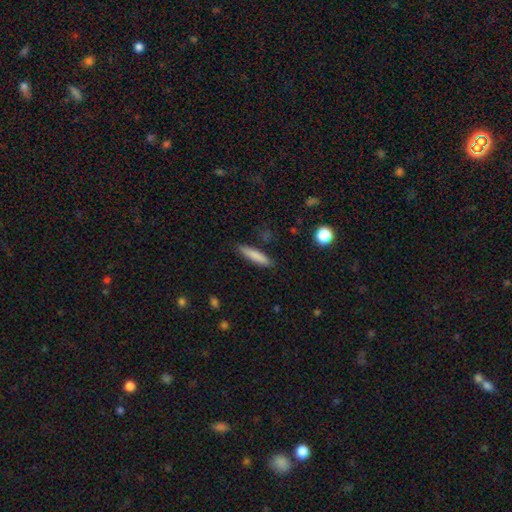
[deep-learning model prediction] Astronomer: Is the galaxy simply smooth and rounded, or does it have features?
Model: smooth — 82%.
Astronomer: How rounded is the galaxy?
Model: cigar-shaped — 84%.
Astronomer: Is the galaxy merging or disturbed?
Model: none — 86%.